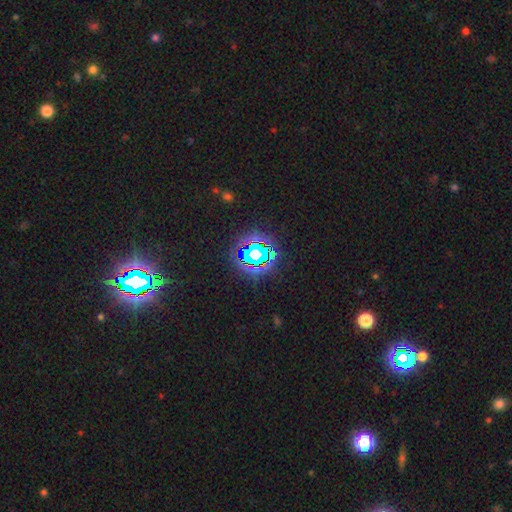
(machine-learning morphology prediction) smooth-or-featured: star or artifact: 73% | smooth: 16% | featured or disk: 11%